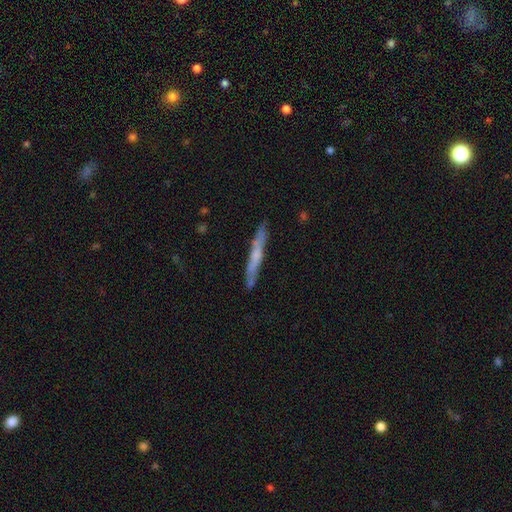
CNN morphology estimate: Overall: featured or disk (49%; smooth 45%). Merging: none (86%).